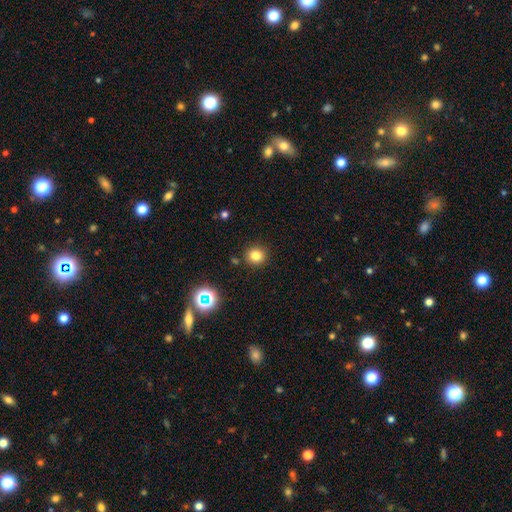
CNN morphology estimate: The model was most divided on "smooth or featured": smooth: 78%, star or artifact: 15%, featured or disk: 6%. More confident: how rounded — round (90%); merging — none (89%).